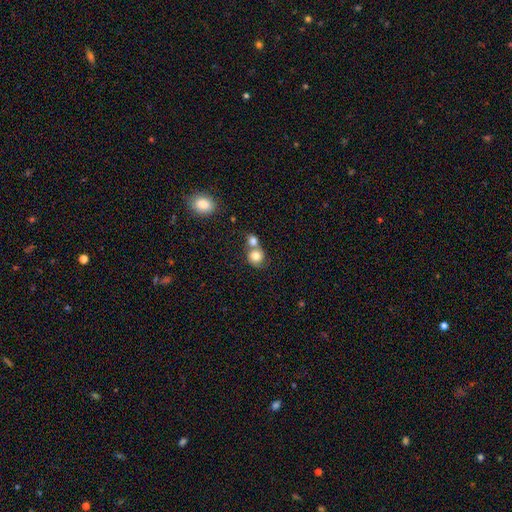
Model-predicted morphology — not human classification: smooth_or_featured: smooth (p=0.78) [alt: featured or disk p=0.13]
how_rounded: round (p=0.78) [alt: in between p=0.21]
merging: merger (p=0.55) [alt: none p=0.32]